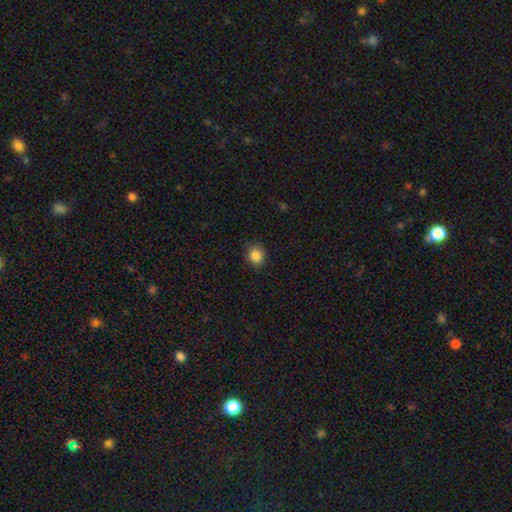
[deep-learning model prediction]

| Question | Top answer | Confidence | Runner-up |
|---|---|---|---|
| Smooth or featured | smooth | 86% | star or artifact (10%) |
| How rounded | round | 74% | in between (25%) |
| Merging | none | 89% | minor disturbance (8%) |